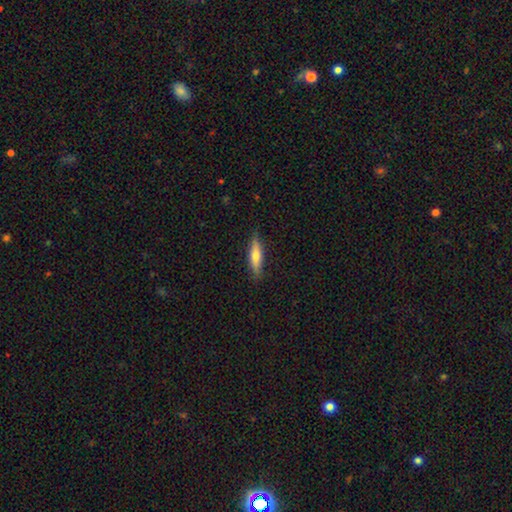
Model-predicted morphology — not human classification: Smooth or featured: smooth — 64% (featured or disk — 30%)
How rounded: cigar-shaped — 70% (in between — 28%)
Merging: none — 86% (minor disturbance — 11%)